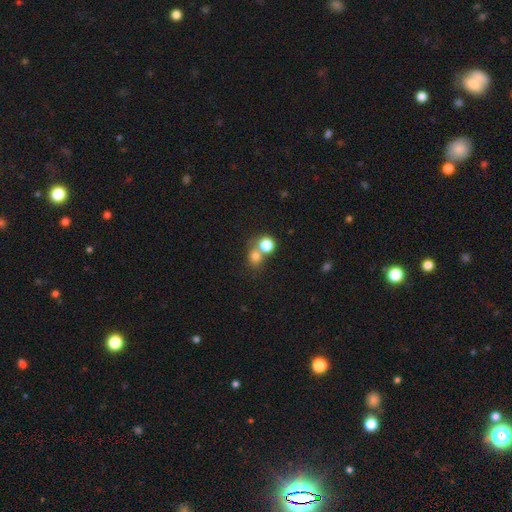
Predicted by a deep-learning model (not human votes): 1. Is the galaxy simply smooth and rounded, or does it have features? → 76% smooth, 15% star or artifact, 9% featured or disk.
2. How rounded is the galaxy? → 78% round, 21% in between, 1% cigar-shaped.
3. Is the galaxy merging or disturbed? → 47% none, 42% merger, 7% minor disturbance, 4% major disturbance.